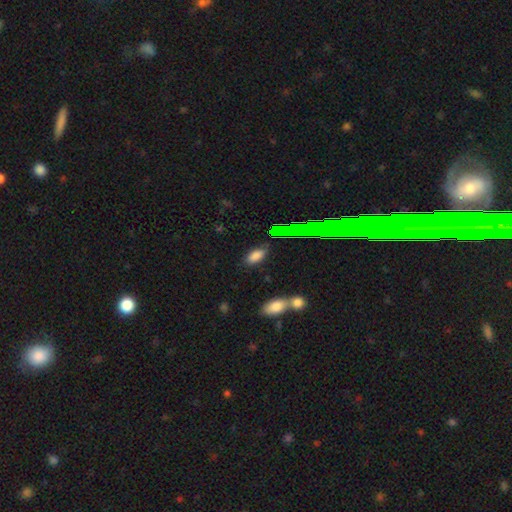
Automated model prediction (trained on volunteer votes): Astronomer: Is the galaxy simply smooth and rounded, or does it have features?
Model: smooth — 81%.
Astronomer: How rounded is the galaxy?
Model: in between — 90%.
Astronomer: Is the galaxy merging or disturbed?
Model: none — 76%.